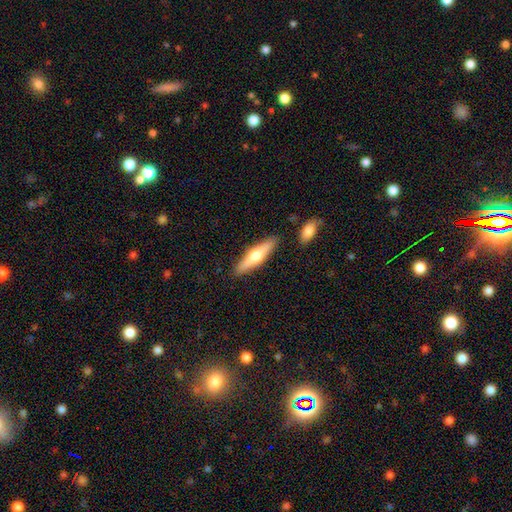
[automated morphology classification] Overall: featured or disk (49%; smooth 45%). Merging: none (87%).